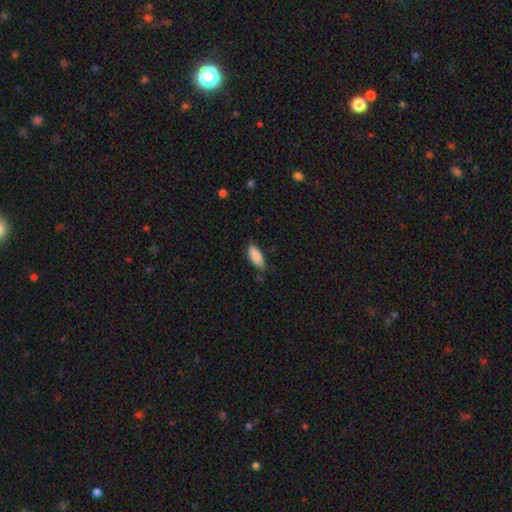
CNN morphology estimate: Smooth or featured? Predicted: smooth (p=0.89). How rounded? Predicted: in between (p=0.83). Merging? Predicted: none (p=0.70).